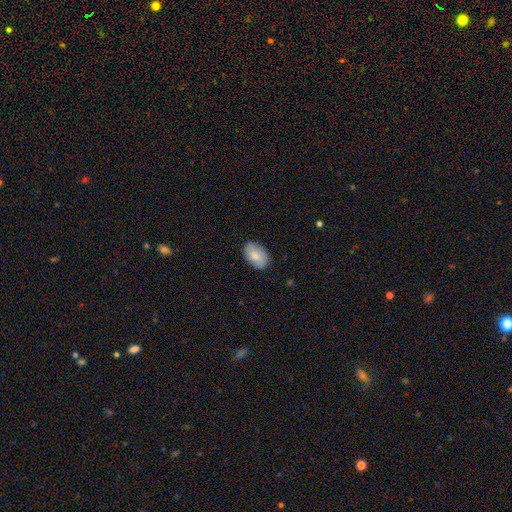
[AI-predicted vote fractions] Smooth or featured?
  - smooth: 79% *
  - featured or disk: 15%
  - star or artifact: 6%
How rounded?
  - in between: 89% *
  - round: 10%
  - cigar-shaped: 1%
Merging?
  - none: 84% *
  - minor disturbance: 13%
  - major disturbance: 2%
  - merger: 1%